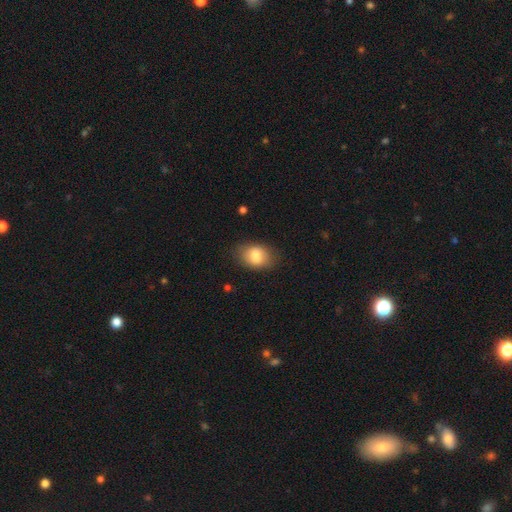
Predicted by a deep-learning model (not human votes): This appears to be a smooth galaxy with no disk features (81%) that is in between round and cigar-shaped (77%). Merging: none (80%).